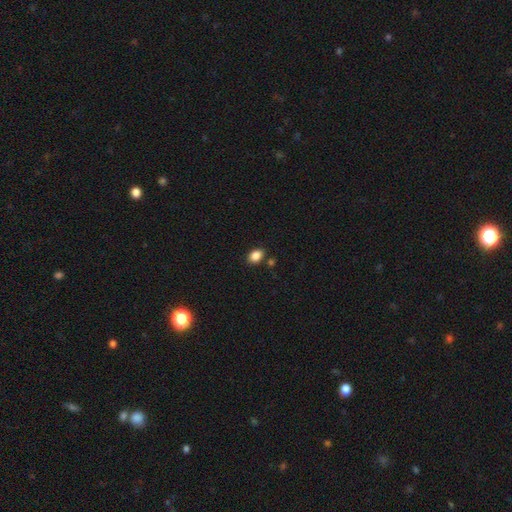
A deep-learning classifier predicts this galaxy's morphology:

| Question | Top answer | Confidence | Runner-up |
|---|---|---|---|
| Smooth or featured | smooth | 86% | star or artifact (9%) |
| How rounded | in between | 74% | round (25%) |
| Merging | none | 81% | minor disturbance (11%) |